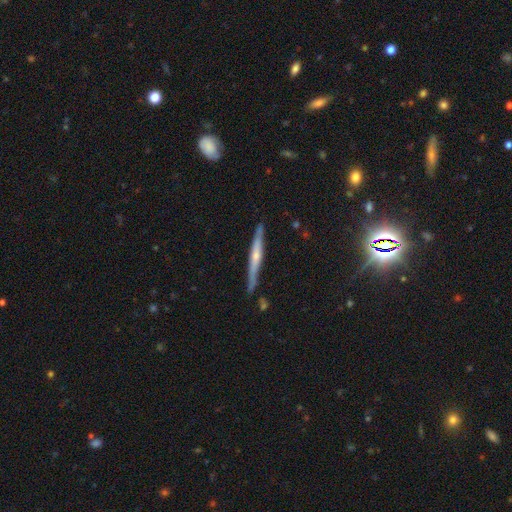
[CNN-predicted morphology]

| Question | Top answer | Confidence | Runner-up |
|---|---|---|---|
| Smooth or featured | featured or disk | 65% | smooth (27%) |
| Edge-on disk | yes | 96% | no (4%) |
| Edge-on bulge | rounded | 59% | none (32%) |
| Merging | none | 85% | minor disturbance (11%) |